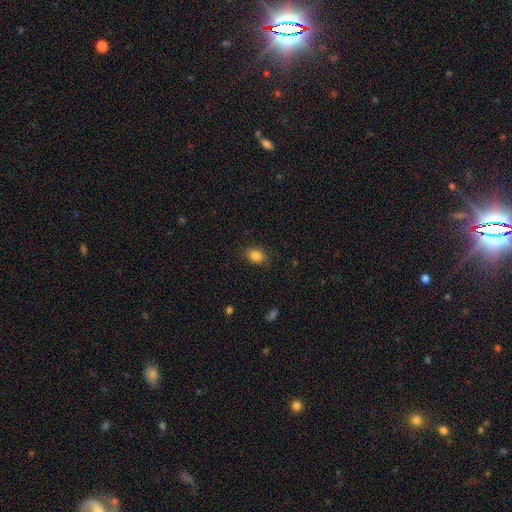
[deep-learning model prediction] This appears to be a smooth galaxy with no disk features (85%) that is in between round and cigar-shaped (69%). Merging: none (86%).